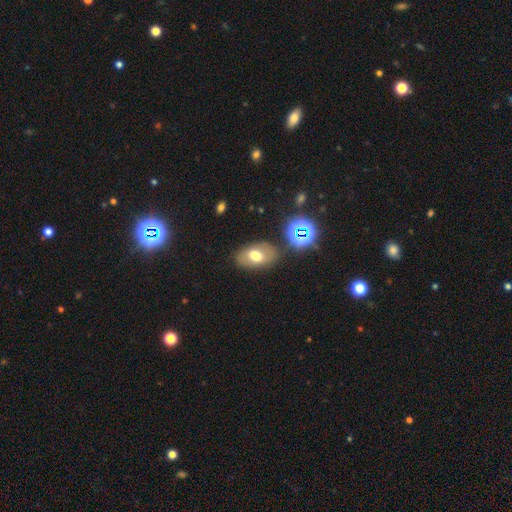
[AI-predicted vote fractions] Smooth or featured: smooth — 63% (featured or disk — 24%)
How rounded: in between — 87% (round — 12%)
Merging: none — 76% (minor disturbance — 14%)